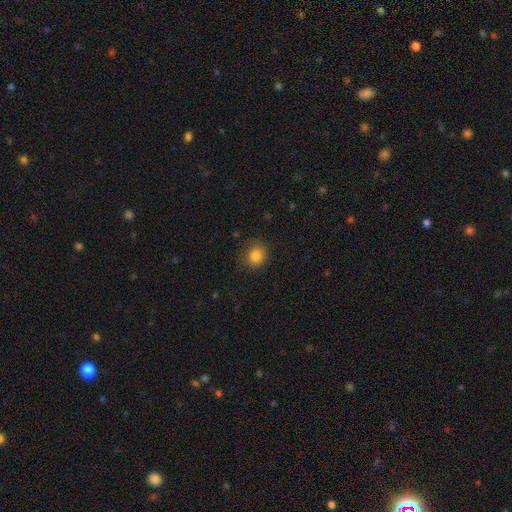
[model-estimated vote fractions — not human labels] Morphology: type=smooth (83%); roundness=round (81%); merging=none (81%).